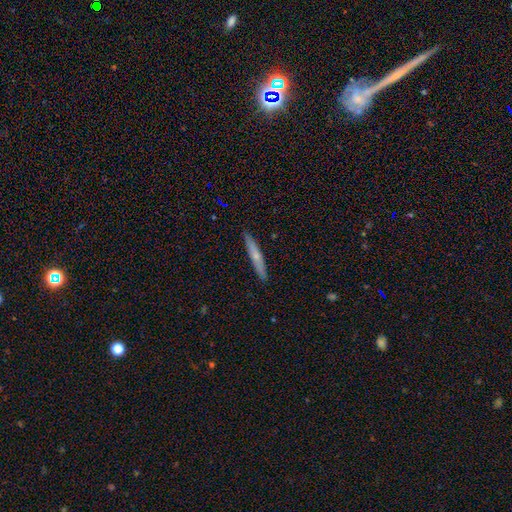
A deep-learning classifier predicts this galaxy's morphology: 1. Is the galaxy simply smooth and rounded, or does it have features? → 55% smooth, 39% featured or disk, 6% star or artifact.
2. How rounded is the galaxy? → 94% cigar-shaped, 4% in between, 1% round.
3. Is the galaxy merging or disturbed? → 90% none, 7% minor disturbance, 1% major disturbance, 1% merger.